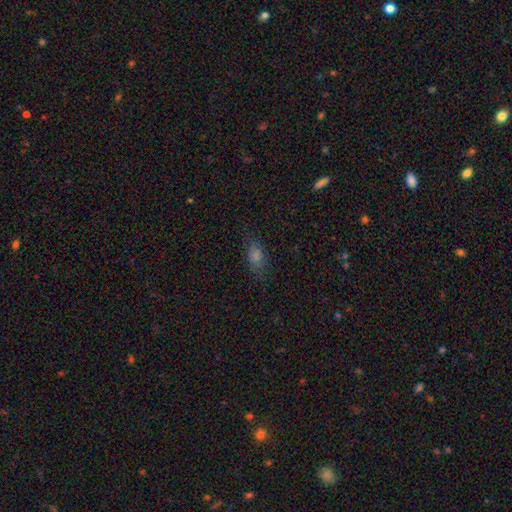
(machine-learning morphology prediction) Smooth or featured? smooth (62%)
How rounded? in between (72%)
Merging? none (77%)